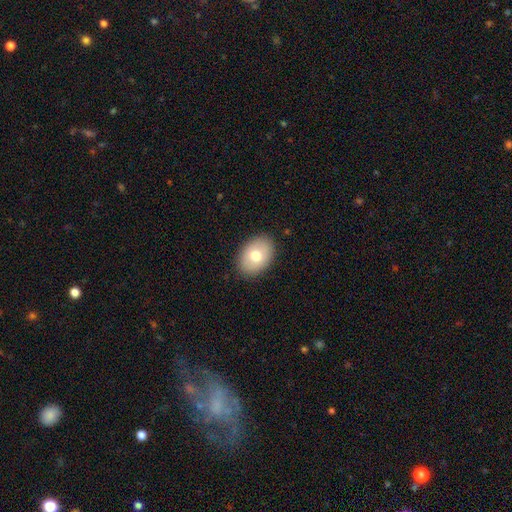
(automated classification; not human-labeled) Overall: smooth (74%). How rounded: in between (80%). Merging: none (88%).